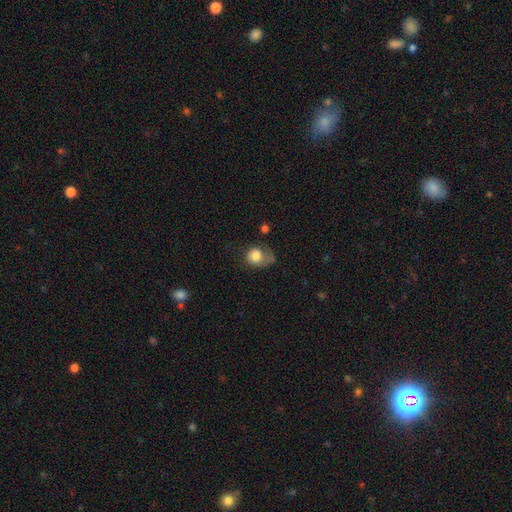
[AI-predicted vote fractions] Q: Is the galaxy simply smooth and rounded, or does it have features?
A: smooth — 76%.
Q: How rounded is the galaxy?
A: round — 56%.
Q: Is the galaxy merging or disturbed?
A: major disturbance — 38%.